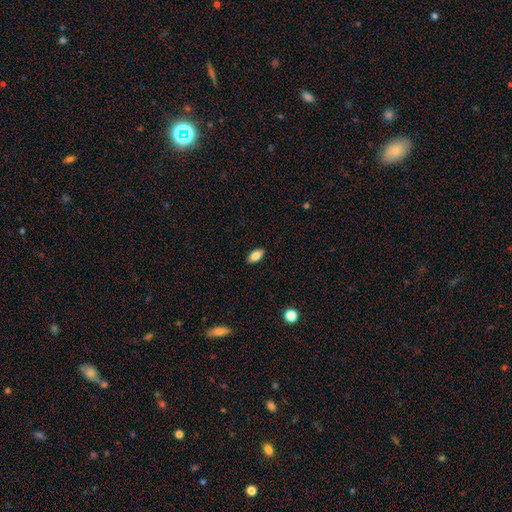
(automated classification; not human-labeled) smooth_or_featured: smooth (p=0.82) [alt: featured or disk p=0.11]
how_rounded: in between (p=0.90) [alt: cigar-shaped p=0.06]
merging: none (p=0.89) [alt: minor disturbance p=0.08]